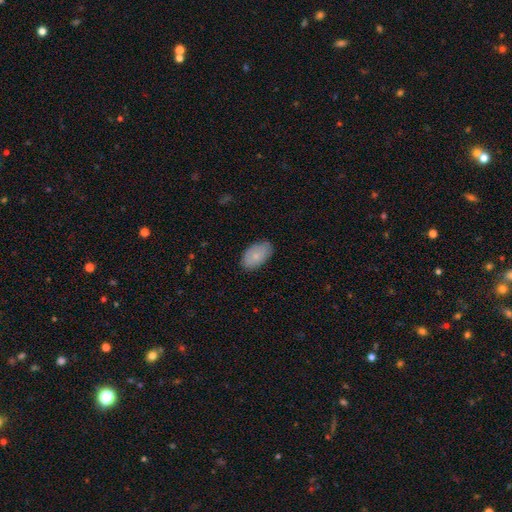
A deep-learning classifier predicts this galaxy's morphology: The model was most divided on "smooth or featured": smooth: 76%, featured or disk: 18%, star or artifact: 6%. More confident: how rounded — in between (93%); merging — none (82%).